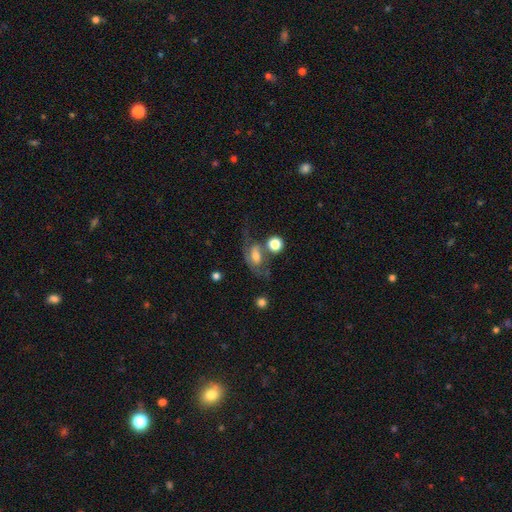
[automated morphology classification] Smooth or featured: featured or disk — 48% (smooth — 42%)
Merging: major disturbance — 30% (none — 28%)